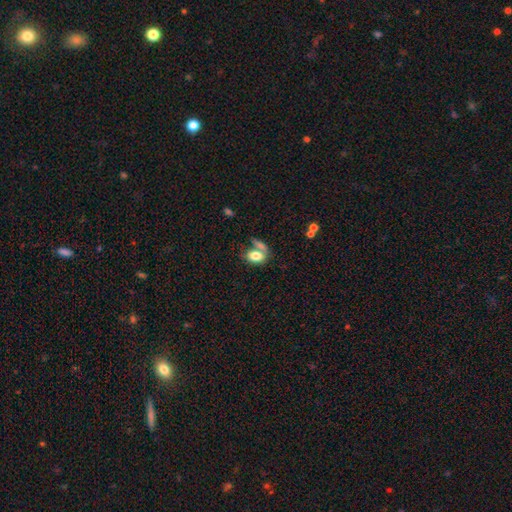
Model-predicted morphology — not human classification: type=smooth (78%); roundness=in between (86%); merging=merger (40%).